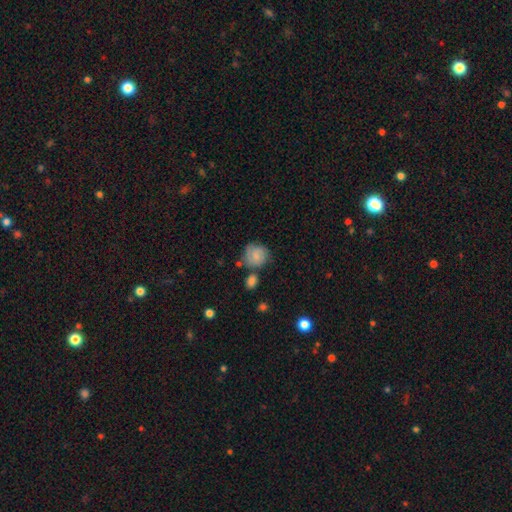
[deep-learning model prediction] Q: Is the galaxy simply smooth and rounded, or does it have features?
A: smooth — 68%.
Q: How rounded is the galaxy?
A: round — 78%.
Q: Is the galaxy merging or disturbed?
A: none — 57%.